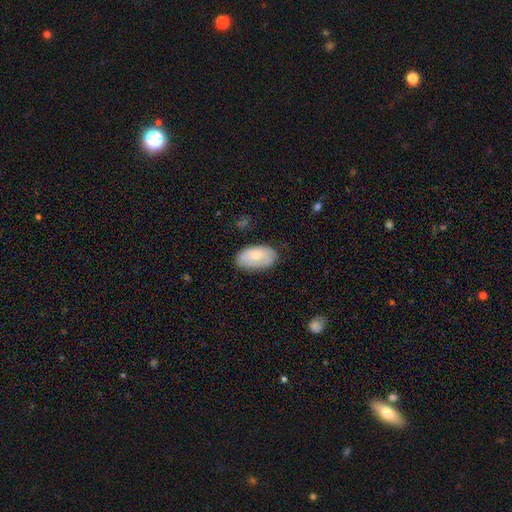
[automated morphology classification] smooth 68%, featured or disk 26%, star or artifact 6%. Down the decision tree: how rounded — in between (94%); merging — none (75%).